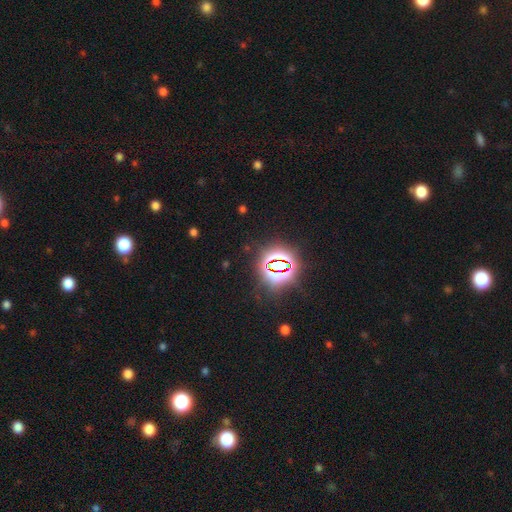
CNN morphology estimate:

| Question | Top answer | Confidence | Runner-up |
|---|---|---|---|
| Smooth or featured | star or artifact | 81% | smooth (13%) |